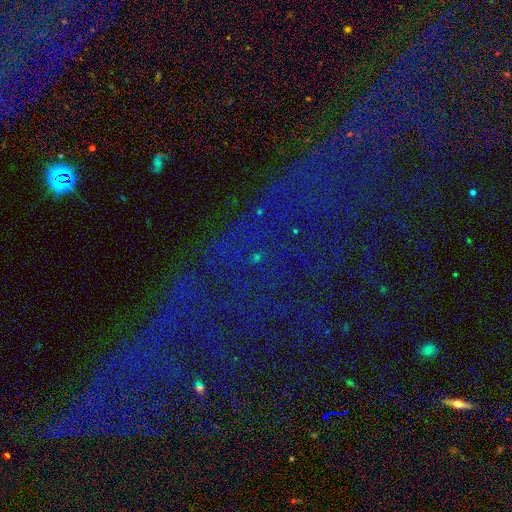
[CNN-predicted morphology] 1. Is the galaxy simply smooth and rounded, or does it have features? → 75% star or artifact, 13% featured or disk, 12% smooth.